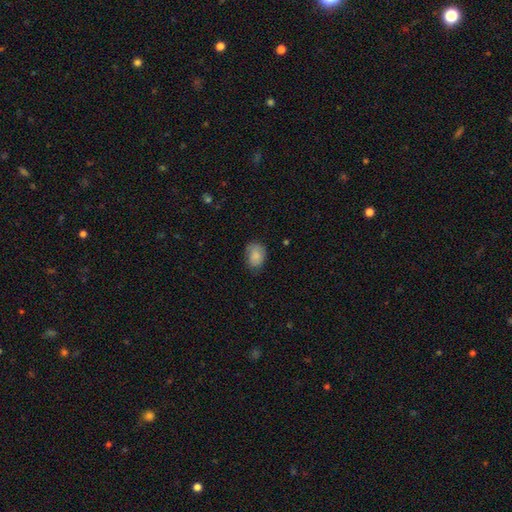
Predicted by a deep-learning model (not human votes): Smooth or featured? smooth (82%)
How rounded? in between (70%)
Merging? none (64%)